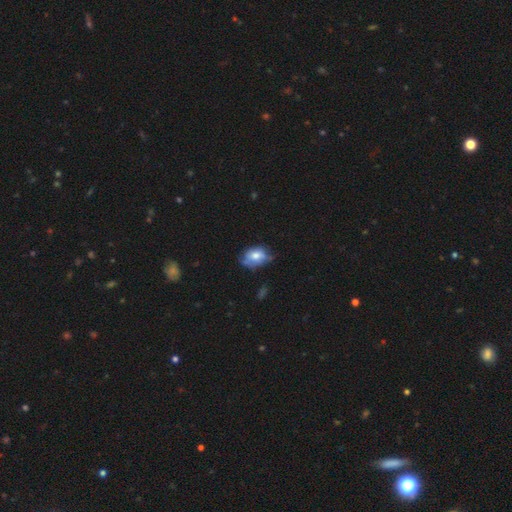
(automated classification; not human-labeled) smooth-or-featured: smooth: 60% | featured or disk: 32% | star or artifact: 8%
  how-rounded: in between: 71% | round: 27% | cigar-shaped: 1%
  merging: none: 45% | minor disturbance: 37% | major disturbance: 14% | merger: 4%